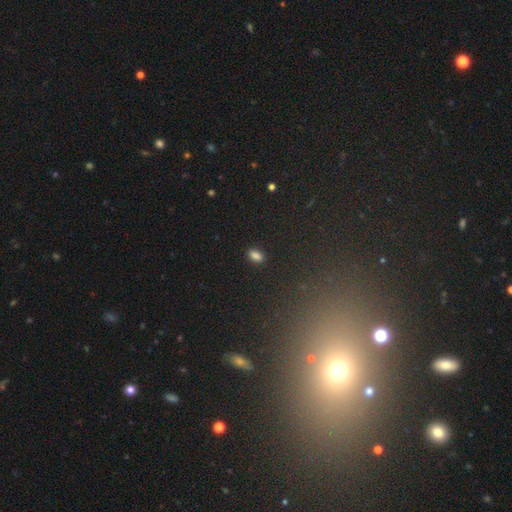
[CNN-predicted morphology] Smooth or featured? Predicted: smooth (p=0.83). How rounded? Predicted: in between (p=0.89). Merging? Predicted: none (p=0.88).